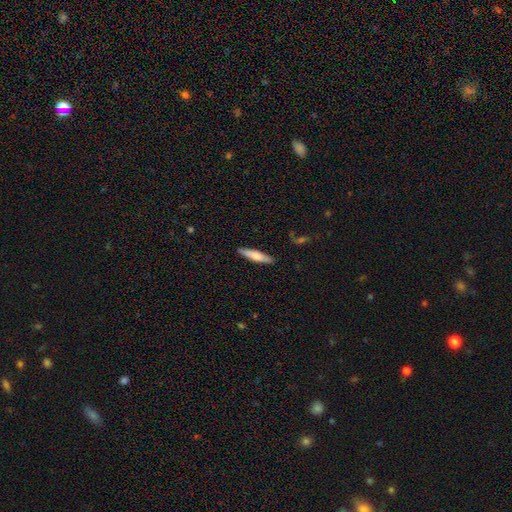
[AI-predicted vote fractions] smooth_or_featured: smooth (p=0.63) [alt: featured or disk p=0.31]
how_rounded: cigar-shaped (p=0.83) [alt: in between p=0.16]
merging: none (p=0.89) [alt: minor disturbance p=0.08]